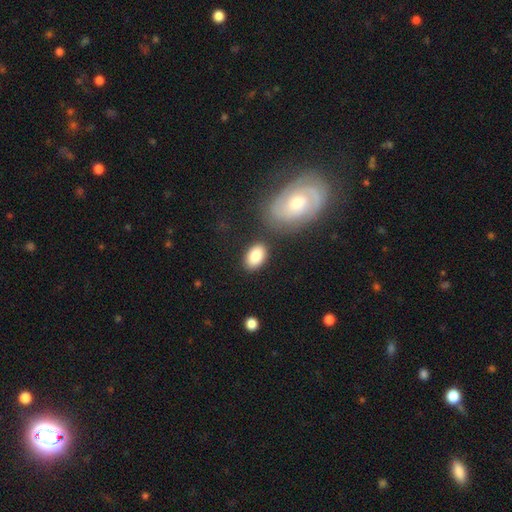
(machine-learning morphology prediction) Smooth or featured: smooth — 86% (featured or disk — 7%)
How rounded: in between — 88% (round — 10%)
Merging: none — 78% (minor disturbance — 12%)